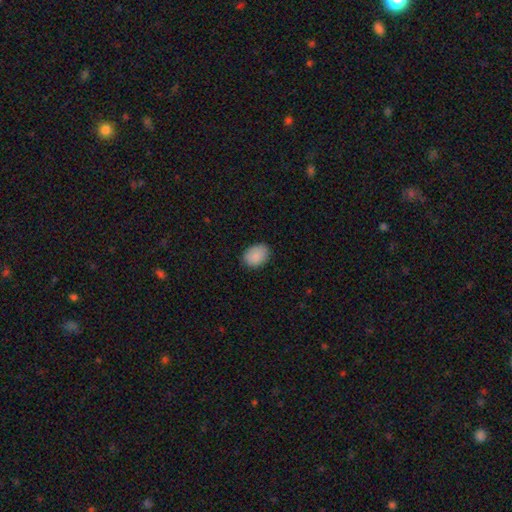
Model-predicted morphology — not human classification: A smooth galaxy with no disk features (89%) that is in between round and cigar-shaped (72%). Merging: none (85%).